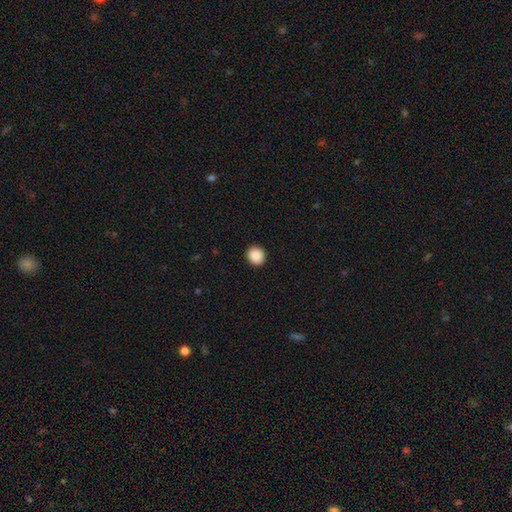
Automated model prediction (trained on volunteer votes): Morphology: type=smooth (89%); roundness=round (88%); merging=none (93%).